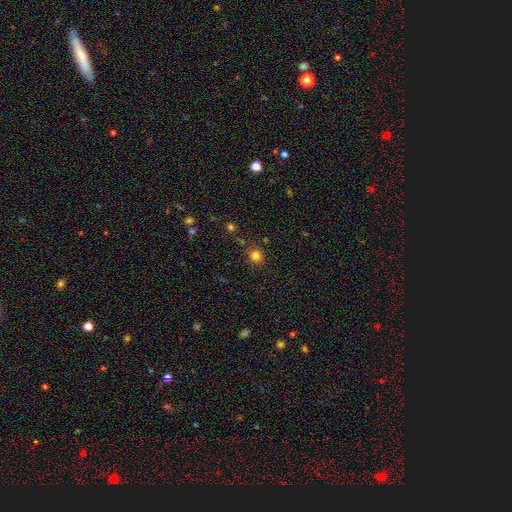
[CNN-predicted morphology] Smooth or featured: smooth — 79% (star or artifact — 16%)
How rounded: round — 87% (in between — 12%)
Merging: none — 82% (minor disturbance — 10%)